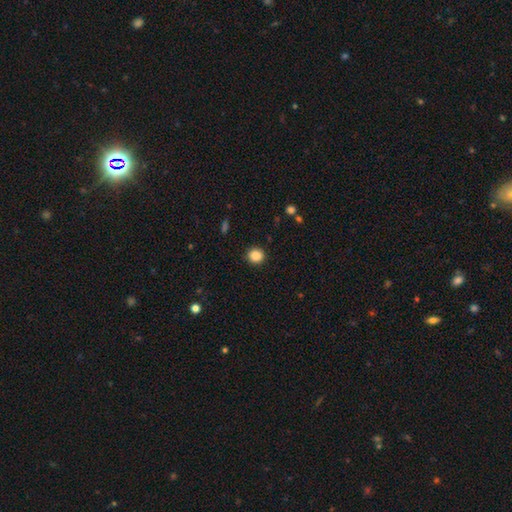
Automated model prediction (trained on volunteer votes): This appears to be a smooth galaxy with no disk features (87%) that is round (90%). Merging: none (91%).